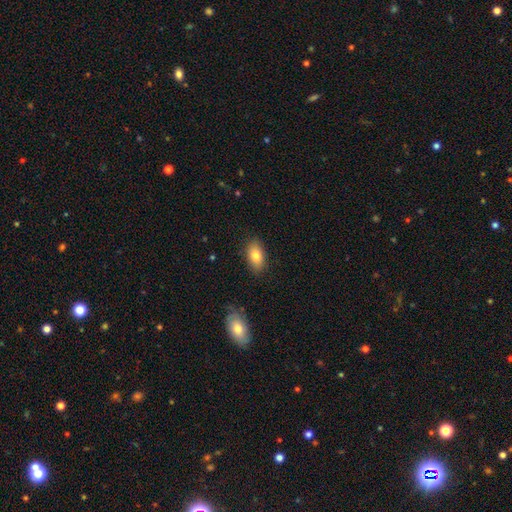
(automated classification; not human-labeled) The model was most divided on "smooth or featured": smooth: 80%, featured or disk: 13%, star or artifact: 8%. More confident: how rounded — in between (90%); merging — none (86%).